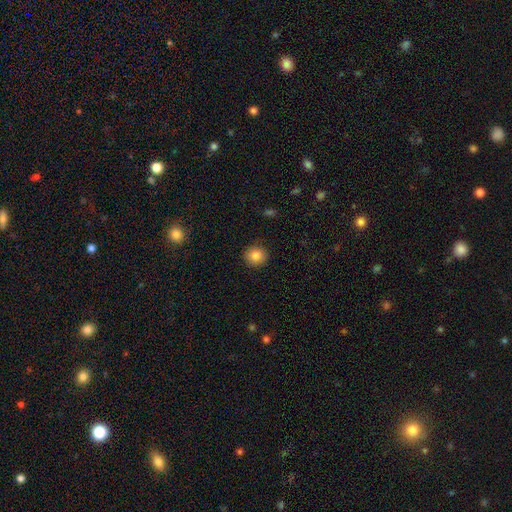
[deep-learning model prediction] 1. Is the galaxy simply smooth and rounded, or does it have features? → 85% smooth, 9% star or artifact, 6% featured or disk.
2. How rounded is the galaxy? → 91% round, 8% in between, 1% cigar-shaped.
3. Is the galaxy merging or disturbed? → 91% none, 6% minor disturbance, 2% major disturbance, 1% merger.